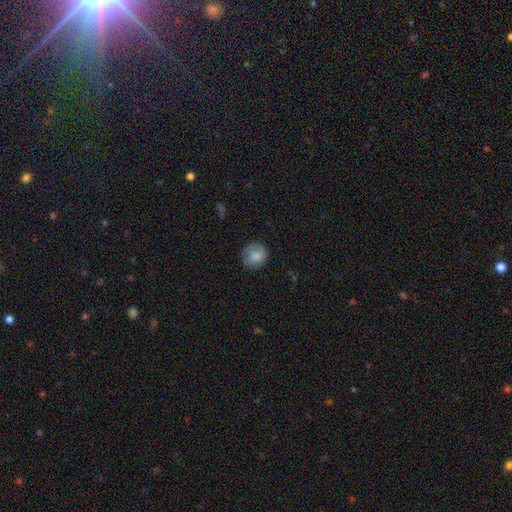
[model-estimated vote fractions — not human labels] The model was most divided on "merging": none: 76%, minor disturbance: 17%, major disturbance: 5%, merger: 1%. More confident: how rounded — round (85%); smooth or featured — smooth (82%).